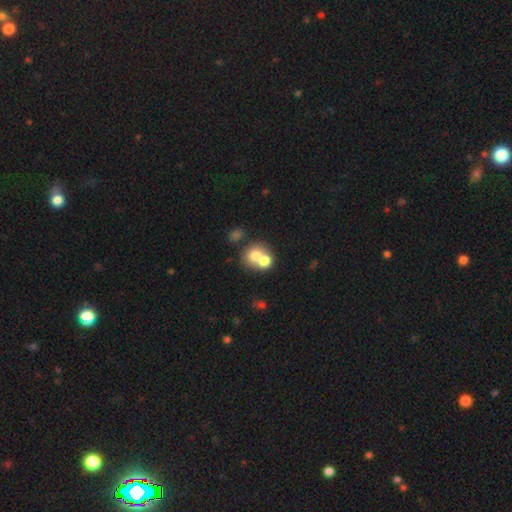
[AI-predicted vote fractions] Smooth or featured: smooth — 68% (featured or disk — 21%)
How rounded: round — 70% (in between — 29%)
Merging: merger — 61% (none — 29%)